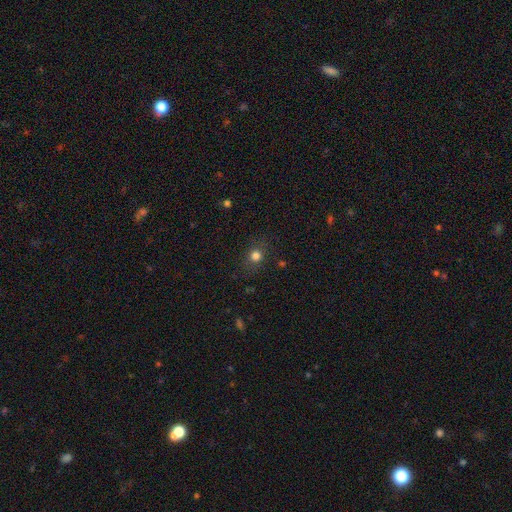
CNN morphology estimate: The model was most divided on "how rounded": round: 76%, in between: 22%, cigar-shaped: 2%. More confident: merging — none (83%); smooth or featured — smooth (76%).